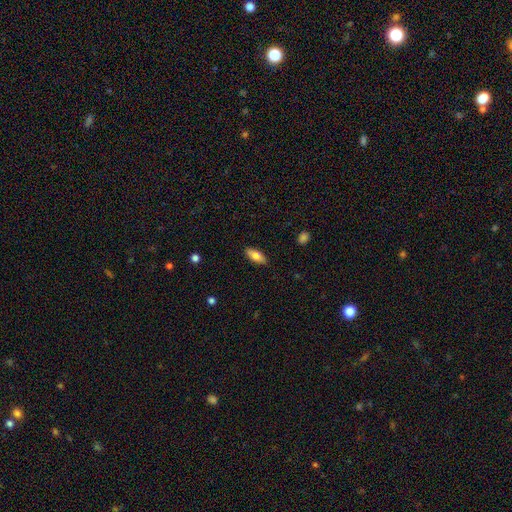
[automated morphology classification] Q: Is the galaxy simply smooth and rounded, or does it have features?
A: smooth — 76%.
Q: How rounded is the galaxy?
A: in between — 77%.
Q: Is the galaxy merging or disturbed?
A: none — 88%.